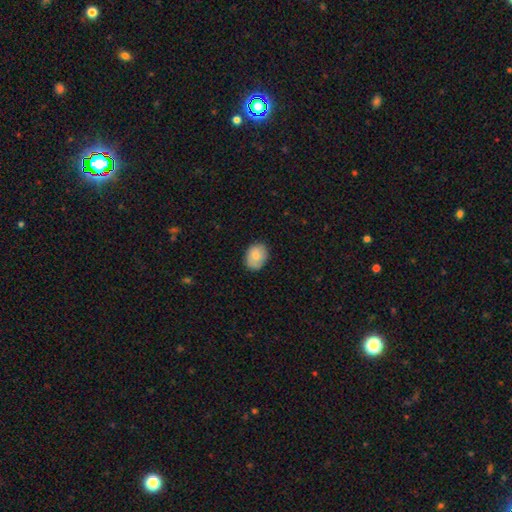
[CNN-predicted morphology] This appears to be a smooth galaxy with no disk features (82%) that is in between round and cigar-shaped (65%). Merging: none (82%).